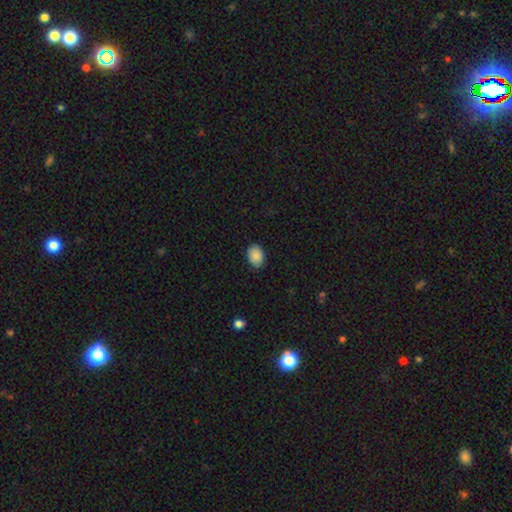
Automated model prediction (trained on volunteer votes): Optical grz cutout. It shows a smooth galaxy with no disk features (89%) that is in between round and cigar-shaped (76%). Merging: none (86%).